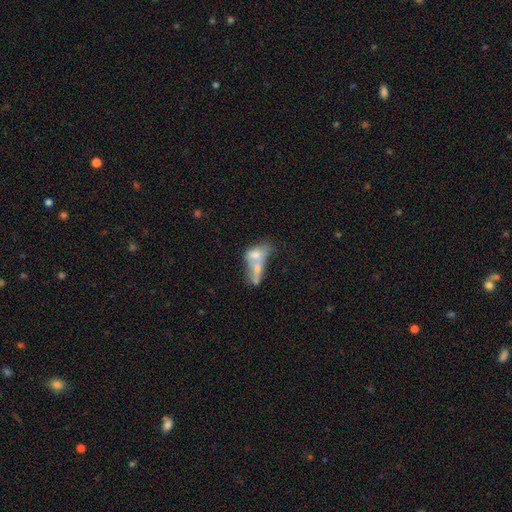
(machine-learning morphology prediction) This is possibly a smooth galaxy (54%). How rounded: likely in between (72%). Merging: likely merger (65%).